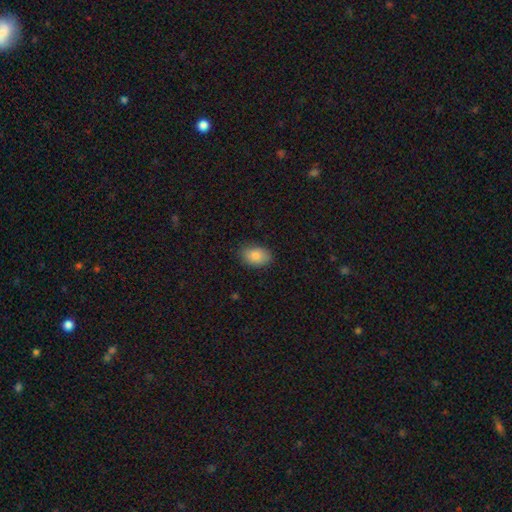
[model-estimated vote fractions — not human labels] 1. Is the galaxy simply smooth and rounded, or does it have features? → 87% smooth, 7% star or artifact, 6% featured or disk.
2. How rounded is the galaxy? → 86% in between, 12% round, 1% cigar-shaped.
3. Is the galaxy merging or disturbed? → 84% none, 12% minor disturbance, 3% major disturbance, 1% merger.